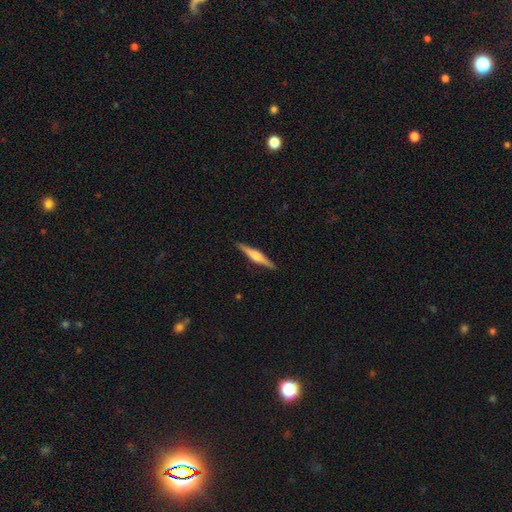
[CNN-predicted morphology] smooth_or_featured: featured or disk (p=0.65) [alt: smooth p=0.30]
disk_edge_on: yes (p=0.98) [alt: no p=0.02]
edge_on_bulge: rounded (p=0.80) [alt: boxy p=0.14]
merging: none (p=0.91) [alt: minor disturbance p=0.06]